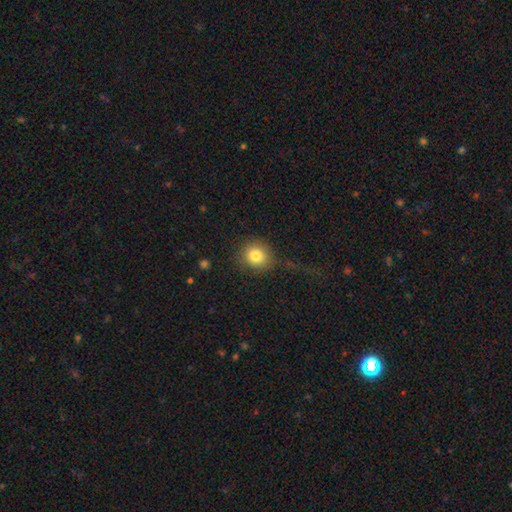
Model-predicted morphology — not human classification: This appears to be a smooth galaxy with no disk features (83%) that is round (88%). Merging: none (72%).